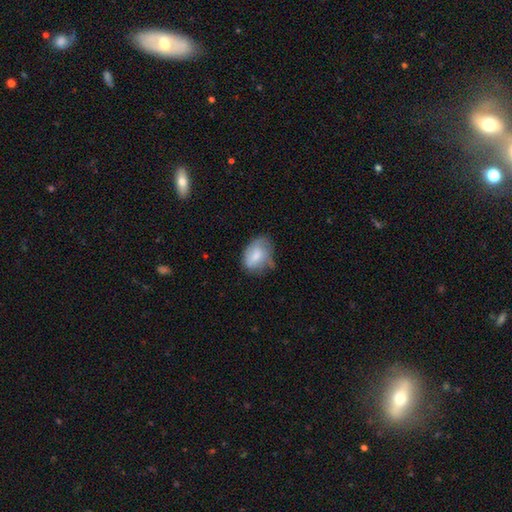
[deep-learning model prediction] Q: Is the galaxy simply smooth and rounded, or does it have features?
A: smooth — 65%.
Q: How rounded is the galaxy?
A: in between — 75%.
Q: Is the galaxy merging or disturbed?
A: none — 42%.